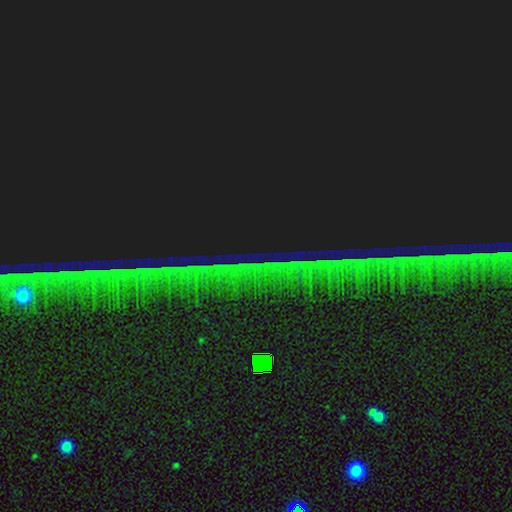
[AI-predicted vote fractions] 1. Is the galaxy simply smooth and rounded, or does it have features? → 87% star or artifact, 7% featured or disk, 6% smooth.